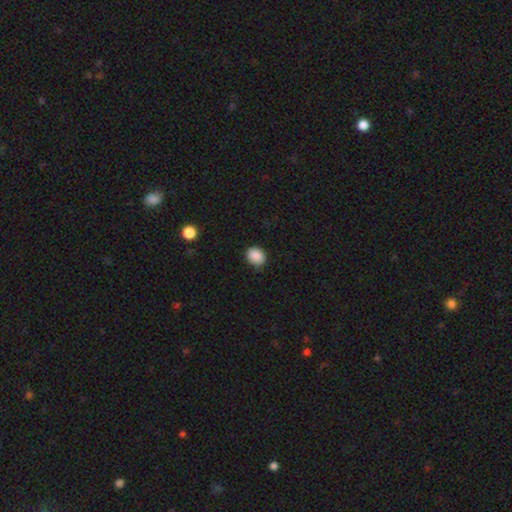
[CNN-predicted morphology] Smooth or featured? Predicted: smooth (p=0.89). How rounded? Predicted: in between (p=0.50). Merging? Predicted: none (p=0.82).